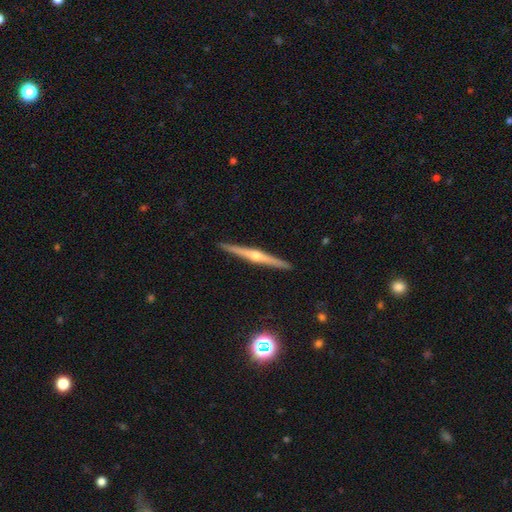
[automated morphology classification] This appears to be a featured or disk galaxy (81%) viewed edge-on (98%) with a rounded central bulge (91%). Merging: none (93%).